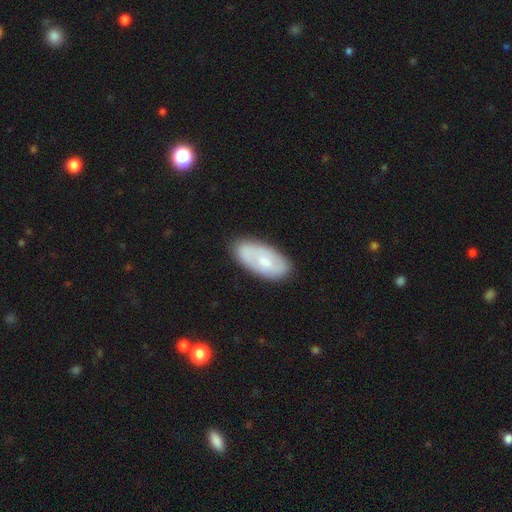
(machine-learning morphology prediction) Overall: smooth (48%; featured or disk 44%). Merging: none (81%).